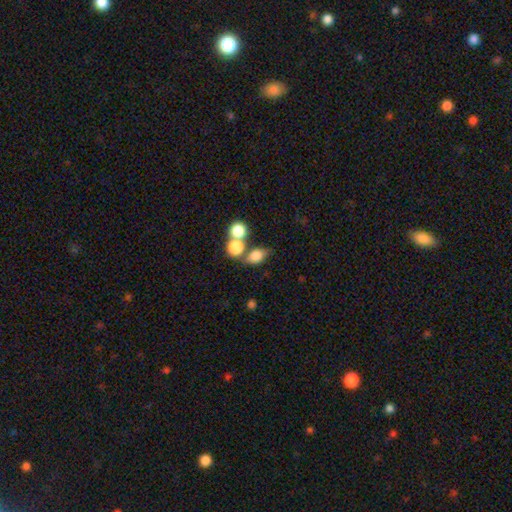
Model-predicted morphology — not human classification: type=smooth (78%); roundness=in between (62%); merging=merger (42%, tied with none).